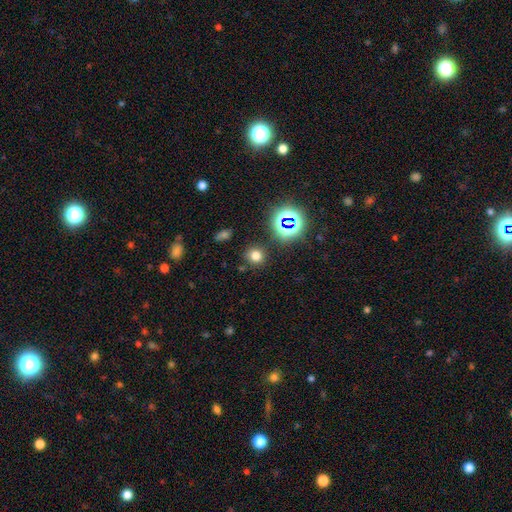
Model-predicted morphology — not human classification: smooth 71%, star or artifact 22%, featured or disk 7%. Down the decision tree: how rounded — round (85%); merging — none (86%).